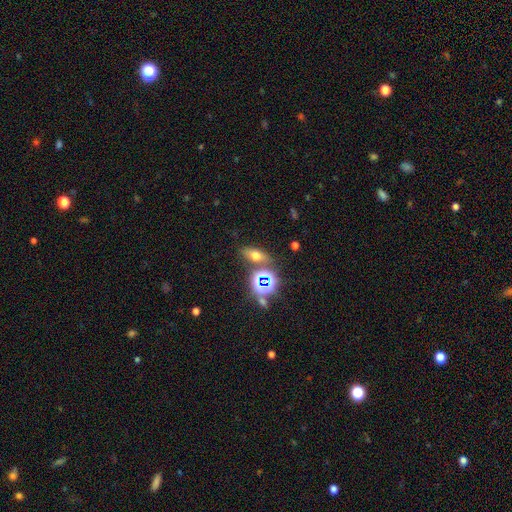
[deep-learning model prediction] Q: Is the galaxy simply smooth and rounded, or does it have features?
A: smooth — 55%.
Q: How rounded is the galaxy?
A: in between — 69%.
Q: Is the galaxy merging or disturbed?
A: none — 75%.